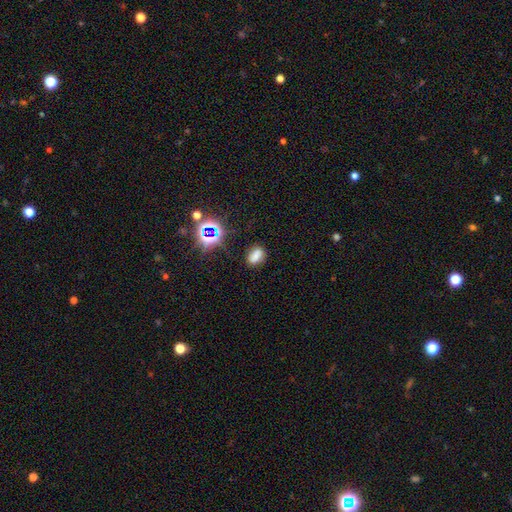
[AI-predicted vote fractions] Smooth or featured?
  - smooth: 65% *
  - star or artifact: 23%
  - featured or disk: 11%
How rounded?
  - in between: 78% *
  - round: 18%
  - cigar-shaped: 4%
Merging?
  - none: 75% *
  - minor disturbance: 15%
  - major disturbance: 5%
  - merger: 4%